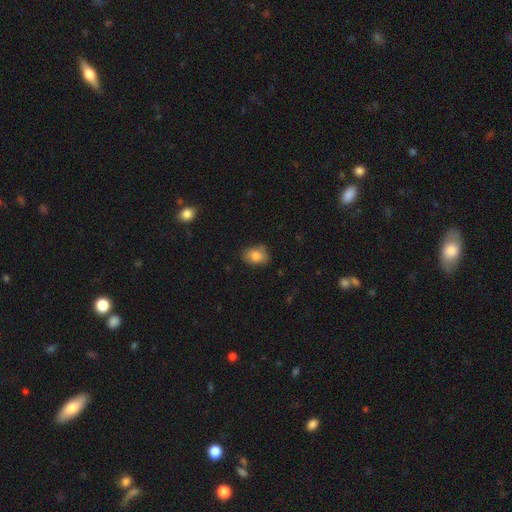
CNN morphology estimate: Smooth or featured: smooth — 82% (featured or disk — 10%)
How rounded: in between — 72% (round — 27%)
Merging: none — 75% (minor disturbance — 20%)